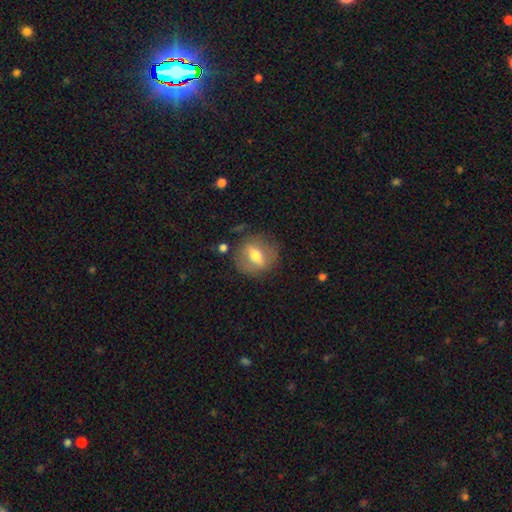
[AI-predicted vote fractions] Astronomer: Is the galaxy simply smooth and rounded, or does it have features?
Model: smooth — 50% (runner-up: featured or disk, 43%).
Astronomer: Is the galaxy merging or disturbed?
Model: none — 78%.